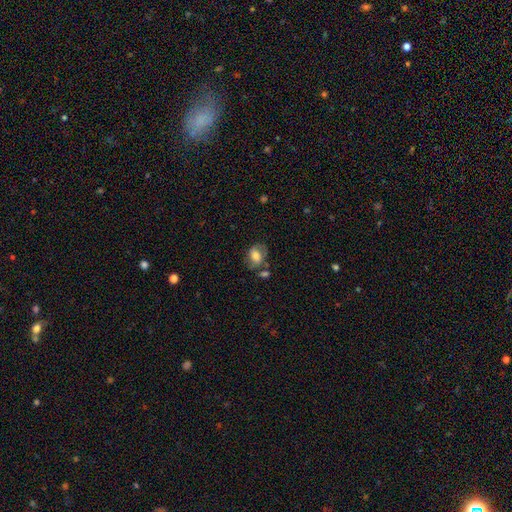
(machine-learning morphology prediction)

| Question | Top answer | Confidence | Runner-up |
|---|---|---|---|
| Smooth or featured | smooth | 56% | featured or disk (35%) |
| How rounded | in between | 68% | round (30%) |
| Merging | none | 52% | minor disturbance (24%) |